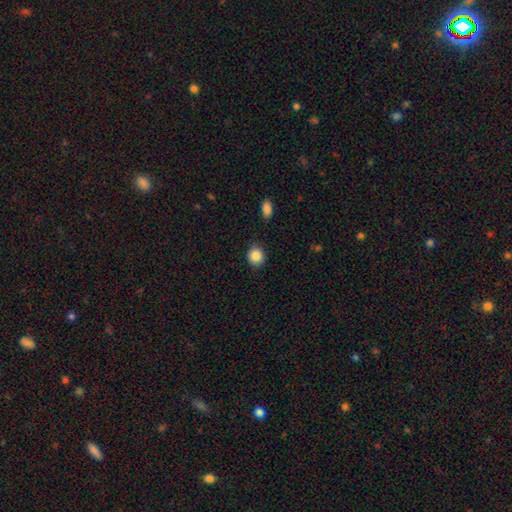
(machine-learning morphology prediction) This appears to be a smooth galaxy with no disk features (88%) that is round (82%). Merging: none (87%).